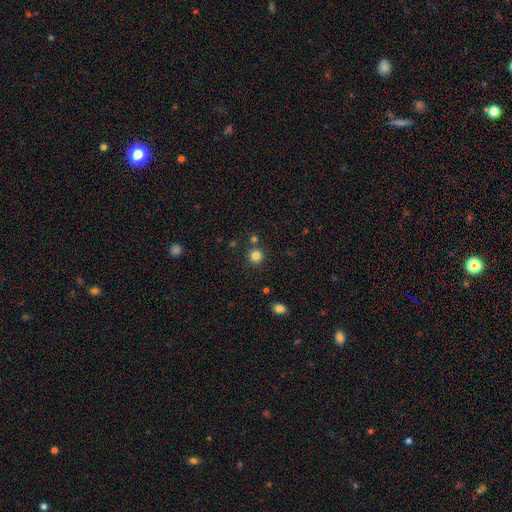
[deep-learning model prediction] The model was most divided on "smooth or featured": smooth: 82%, star or artifact: 13%, featured or disk: 5%. More confident: how rounded — round (94%); merging — none (82%).